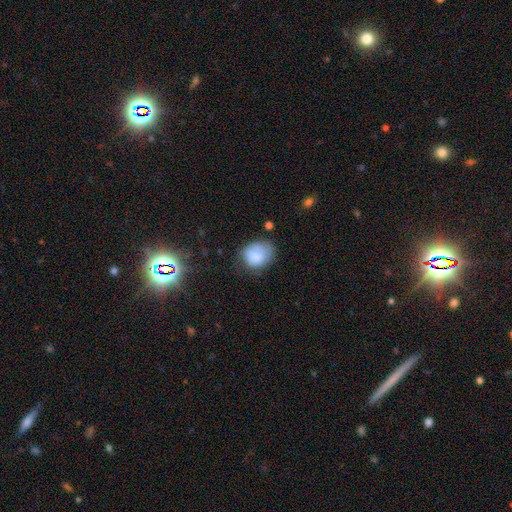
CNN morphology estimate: A smooth galaxy with no disk features (79%) that is in between round and cigar-shaped (54%). Merging: none (52%).